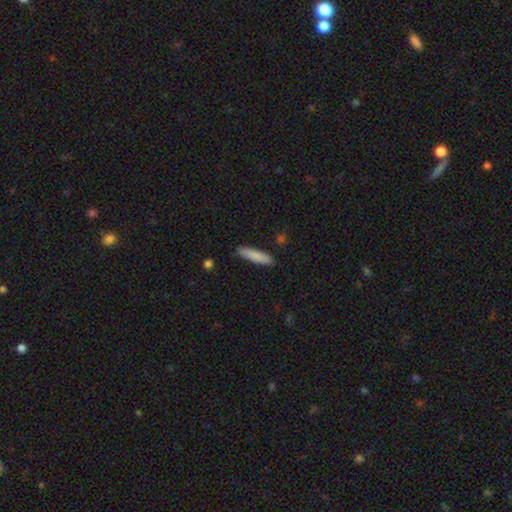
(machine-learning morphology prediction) This is clearly a smooth galaxy (85%). How rounded: clearly cigar-shaped (82%). Merging: clearly none (89%).